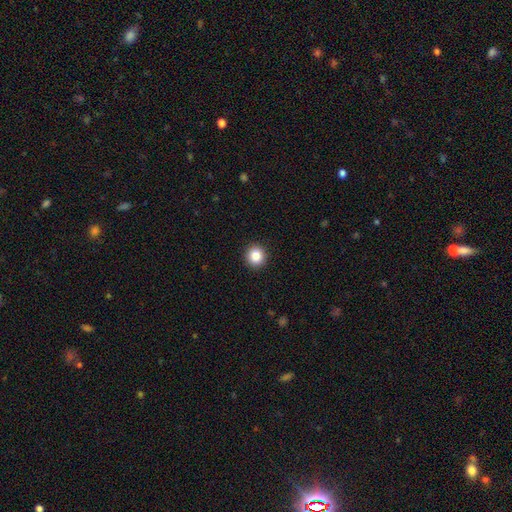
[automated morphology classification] A smooth galaxy with no disk features (86%) that is round (90%). Merging: none (92%).